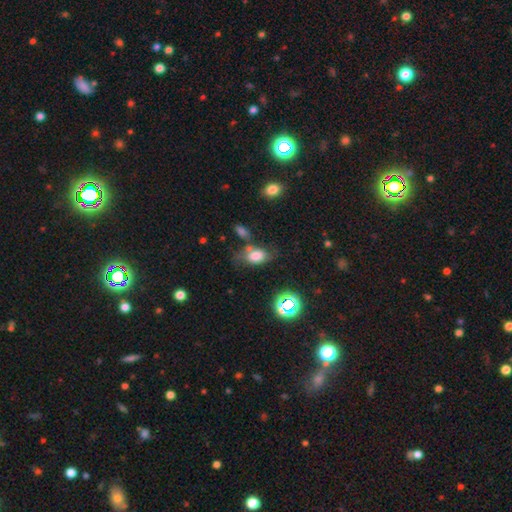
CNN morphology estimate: smooth-or-featured: smooth: 70% | featured or disk: 16% | star or artifact: 14%
  how-rounded: in between: 84% | round: 13% | cigar-shaped: 3%
  merging: none: 48% | minor disturbance: 23% | merger: 17% | major disturbance: 12%